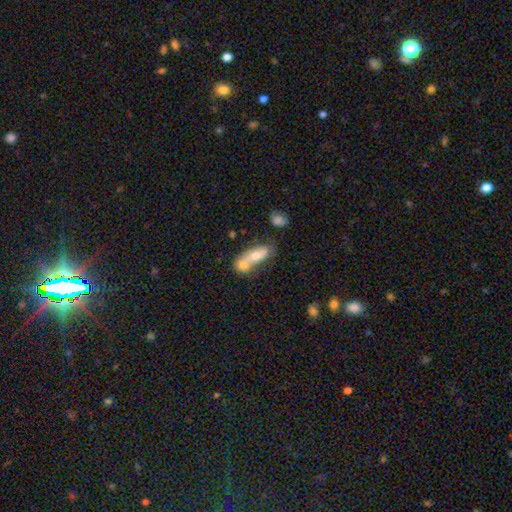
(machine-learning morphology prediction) A smooth galaxy with no disk features (63%) that is in between round and cigar-shaped (68%). Merging: merger (64%).